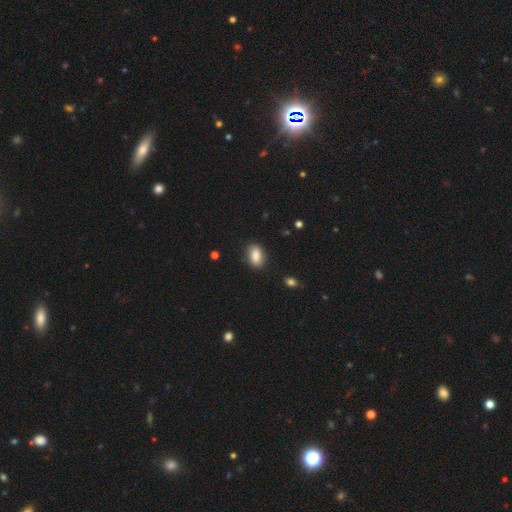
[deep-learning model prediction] Morphology: type=smooth (85%); roundness=in between (87%); merging=none (85%).